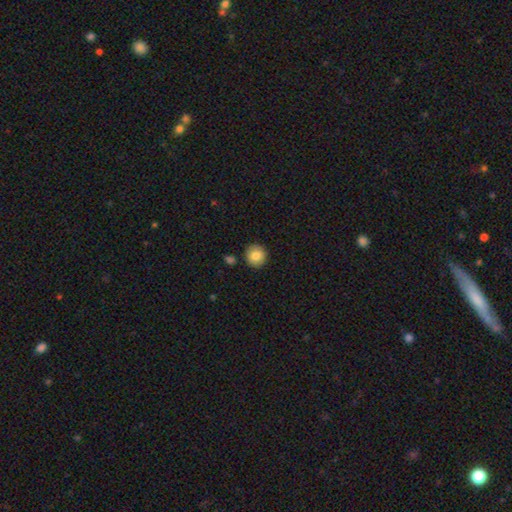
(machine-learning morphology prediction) smooth 83%, star or artifact 8%, featured or disk 8%. Down the decision tree: how rounded — round (92%); merging — none (88%).